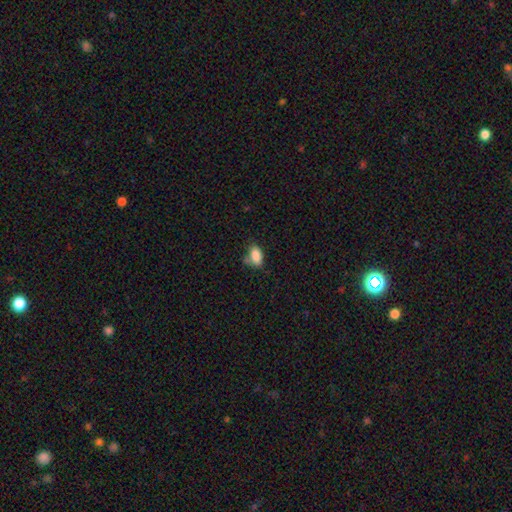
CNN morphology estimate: A smooth galaxy with no disk features (86%) that is in between round and cigar-shaped (90%). Merging: none (55%).